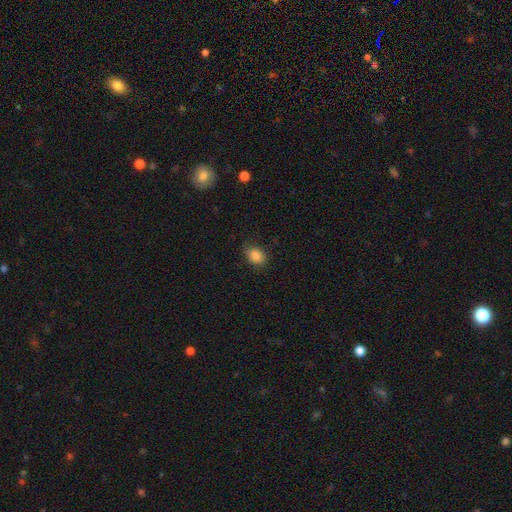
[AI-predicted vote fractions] The model was most divided on "how rounded": in between: 67%, round: 32%, cigar-shaped: 1%. More confident: smooth or featured — smooth (85%); merging — none (77%).